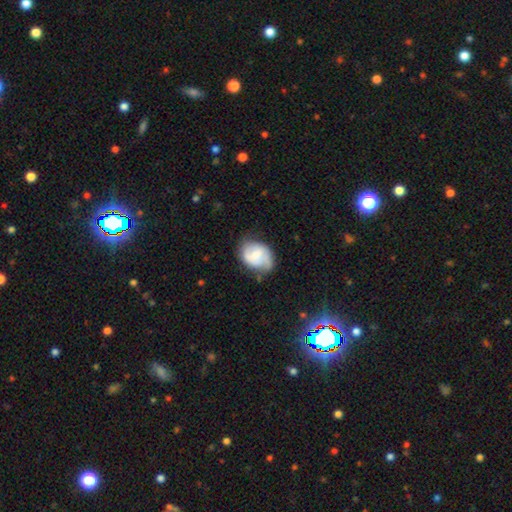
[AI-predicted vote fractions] The model was most divided on "bar": no: 45%, weak: 44%, strong: 11%. Remaining: edge-on disk — no (97%); spiral arms — yes (85%); merging — none (58%); smooth or featured — featured or disk (56%); bulge size — small (42%).